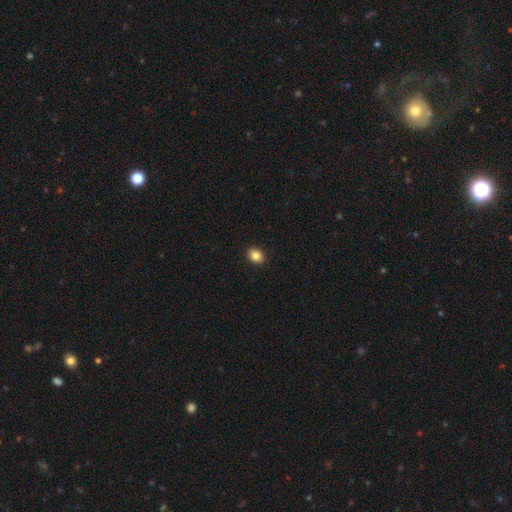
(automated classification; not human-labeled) A smooth galaxy with no disk features (86%) that is in between round and cigar-shaped (56%). Merging: none (91%).